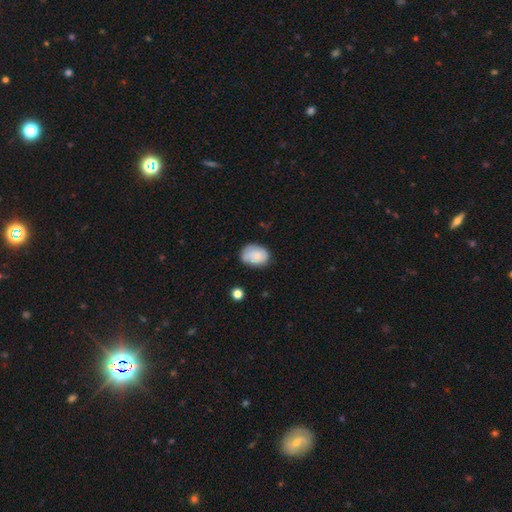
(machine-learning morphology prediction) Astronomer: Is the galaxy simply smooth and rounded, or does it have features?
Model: smooth — 79%.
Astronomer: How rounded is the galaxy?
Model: in between — 76%.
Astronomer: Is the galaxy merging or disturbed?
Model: none — 69%.